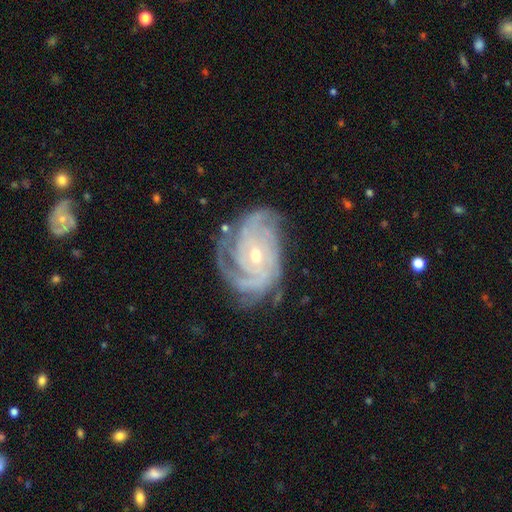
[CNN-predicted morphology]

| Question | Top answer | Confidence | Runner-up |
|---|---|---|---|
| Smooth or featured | featured or disk | 90% | star or artifact (5%) |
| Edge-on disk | no | 97% | yes (3%) |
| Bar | no | 60% | weak (31%) |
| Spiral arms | yes | 98% | no (2%) |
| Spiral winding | tight | 74% | medium (22%) |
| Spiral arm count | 3 | 29% | can't tell (23%) |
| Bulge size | small | 49% | moderate (48%) |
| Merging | none | 68% | minor disturbance (22%) |